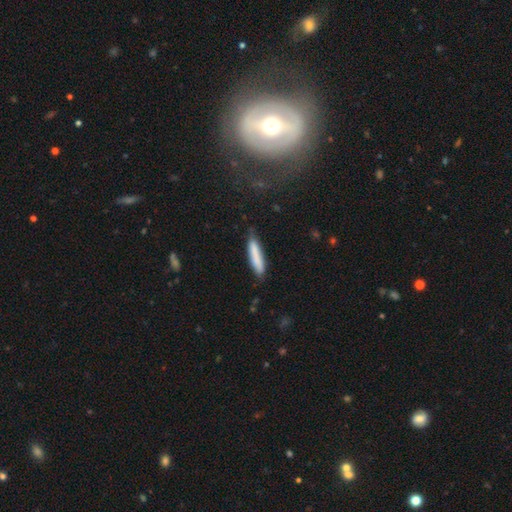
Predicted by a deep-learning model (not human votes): Q: Smooth or featured?
A: smooth (81%); runner-up: featured or disk (13%)
Q: How rounded?
A: cigar-shaped (85%); runner-up: in between (14%)
Q: Merging?
A: none (75%); runner-up: minor disturbance (19%)